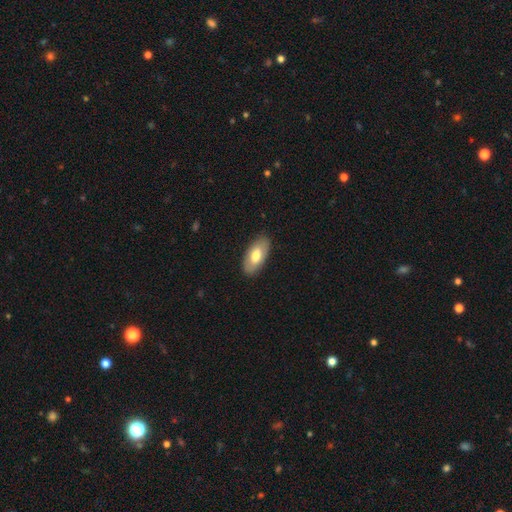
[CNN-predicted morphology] This is likely a smooth galaxy (68%). How rounded: clearly in between (92%). Merging: clearly none (87%).